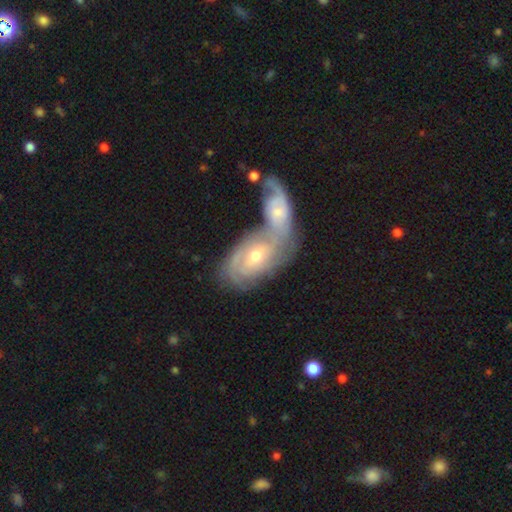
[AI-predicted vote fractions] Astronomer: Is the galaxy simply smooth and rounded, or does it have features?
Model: featured or disk — 75%.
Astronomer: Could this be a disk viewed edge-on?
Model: no — 93%.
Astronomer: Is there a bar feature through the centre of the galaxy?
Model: no — 54% (runner-up: weak, 37%).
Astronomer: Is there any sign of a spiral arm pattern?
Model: yes — 87%.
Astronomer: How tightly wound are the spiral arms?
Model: tight — 65%.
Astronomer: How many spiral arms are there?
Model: can't tell — 48% (runner-up: 2, 25%).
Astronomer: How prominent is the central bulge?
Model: moderate — 58% (runner-up: small, 37%).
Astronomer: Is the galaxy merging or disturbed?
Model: merger — 63%.